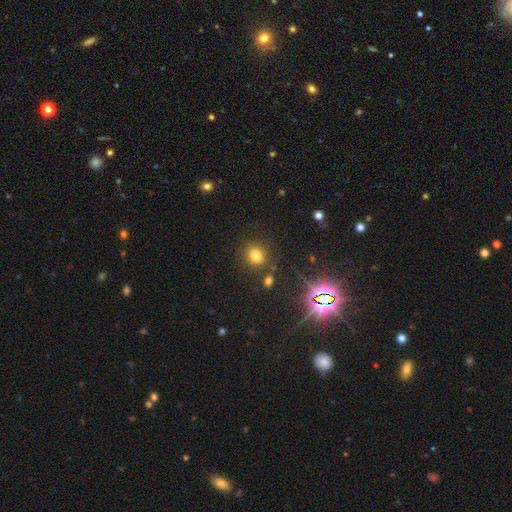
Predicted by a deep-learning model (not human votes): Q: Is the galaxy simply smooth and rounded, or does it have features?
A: smooth — 75%.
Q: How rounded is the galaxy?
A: round — 81%.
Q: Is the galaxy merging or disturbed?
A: none — 82%.